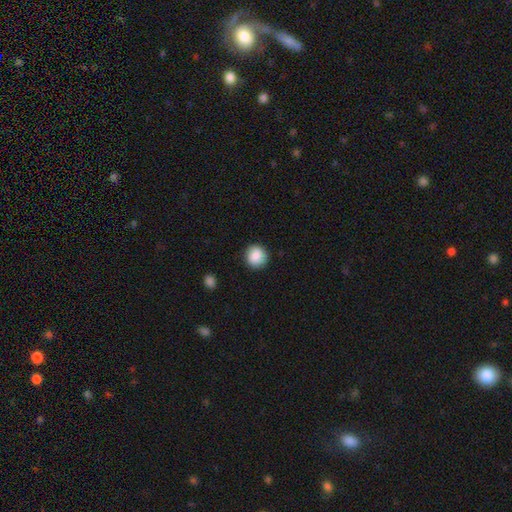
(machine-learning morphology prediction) Smooth or featured? Predicted: smooth (p=0.87). How rounded? Predicted: round (p=0.92). Merging? Predicted: none (p=0.89).